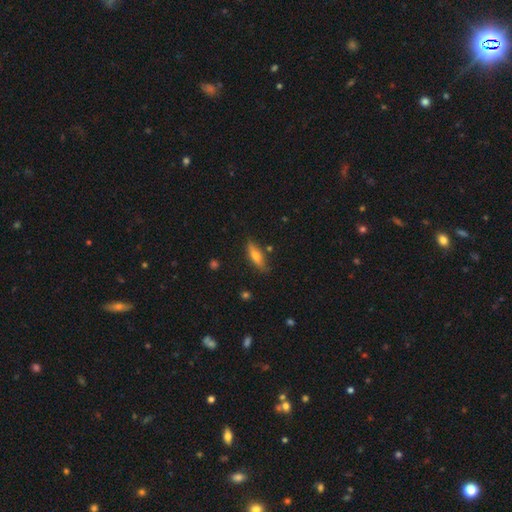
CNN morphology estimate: Smooth or featured? smooth (58%)
How rounded? cigar-shaped (56%)
Merging? none (81%)